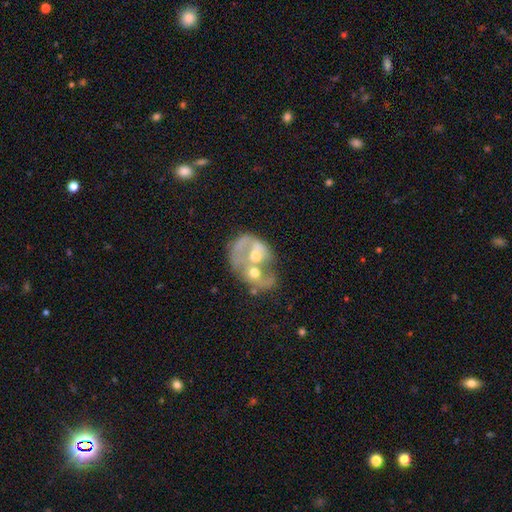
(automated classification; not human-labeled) This appears to be a featured or disk galaxy (69%) with no bar (75%), no spiral arms (56%) and a moderate central bulge (61%). Merging: merger (67%).